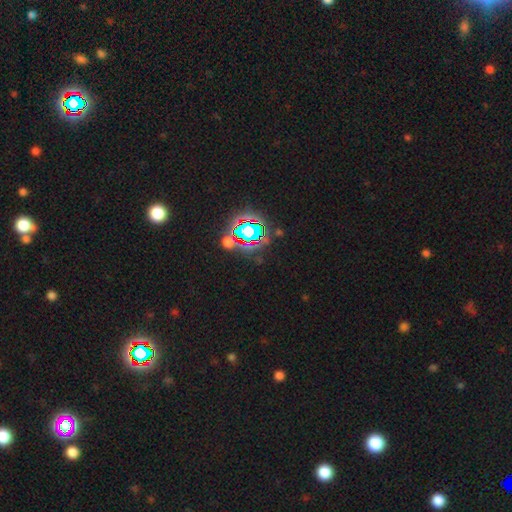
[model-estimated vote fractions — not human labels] This is clearly a star or artifact rather than a galaxy (81%).